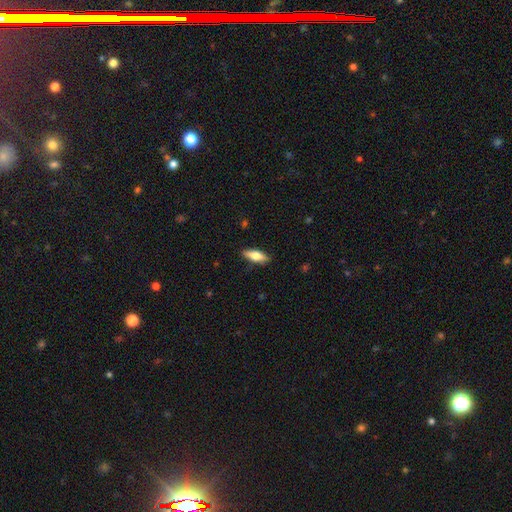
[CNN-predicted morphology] Smooth or featured? Predicted: smooth (p=0.65). How rounded? Predicted: in between (p=0.62). Merging? Predicted: none (p=0.86).